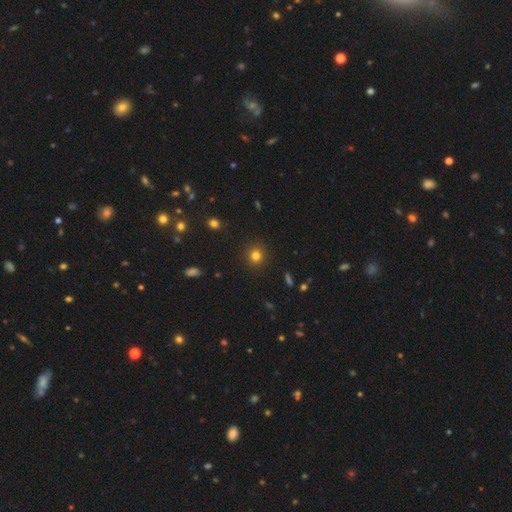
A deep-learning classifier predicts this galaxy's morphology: Smooth or featured? Predicted: smooth (p=0.80). How rounded? Predicted: round (p=0.91). Merging? Predicted: none (p=0.91).